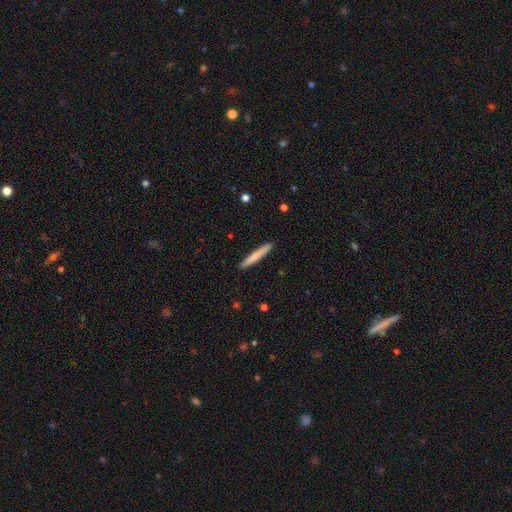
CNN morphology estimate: Overall: smooth (74%). How rounded: cigar-shaped (96%). Merging: none (92%).